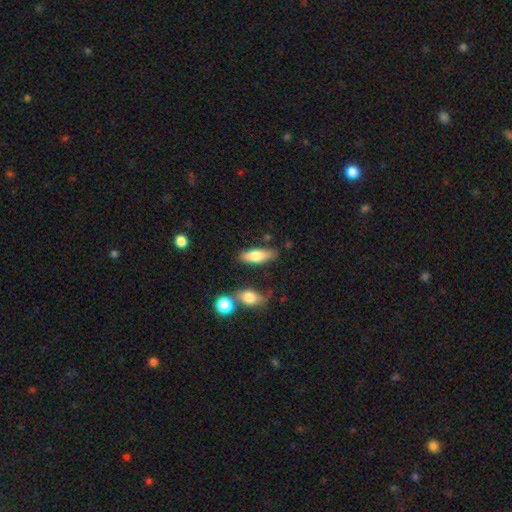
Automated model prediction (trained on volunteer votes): Overall: smooth (69%). How rounded: in between (57%; cigar-shaped 40%). Merging: none (73%).